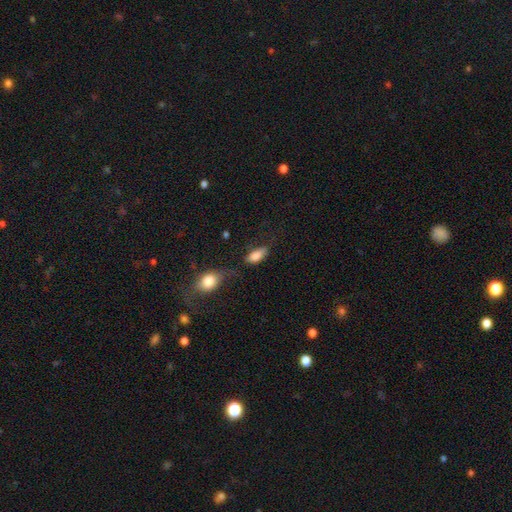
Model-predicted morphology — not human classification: Overall: smooth (83%). How rounded: in between (89%). Merging: none (51%; minor disturbance 23%).